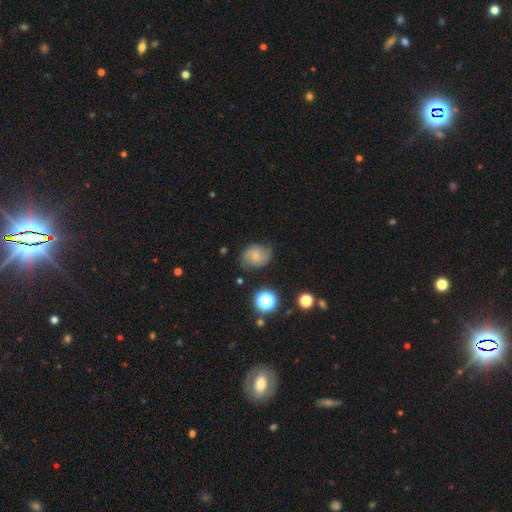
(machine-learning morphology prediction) A smooth galaxy with no disk features (46%).

Vote fractions:
- Smooth or featured? smooth: 46% / featured or disk: 42% / star or artifact: 12%
- Merging? none: 65% / minor disturbance: 25% / major disturbance: 8% / merger: 2%